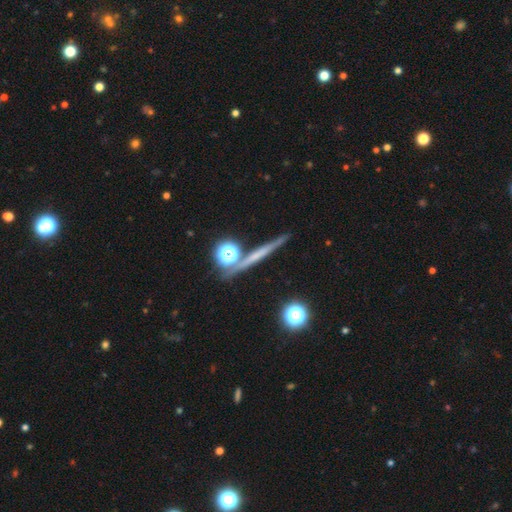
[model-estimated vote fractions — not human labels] Smooth or featured? featured or disk (47%)
Merging? none (84%)